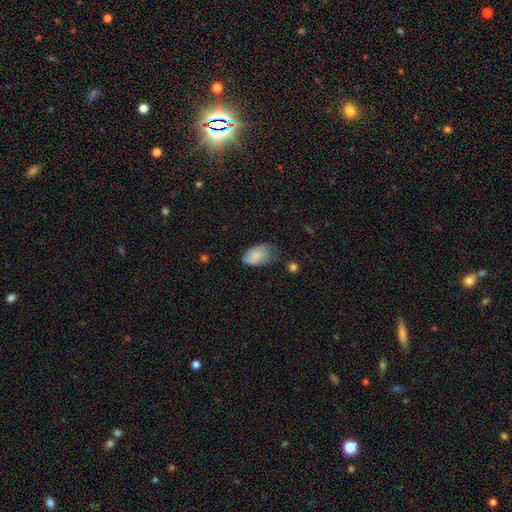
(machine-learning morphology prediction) smooth-or-featured: smooth: 73% | featured or disk: 20% | star or artifact: 7%
  how-rounded: in between: 91% | round: 8% | cigar-shaped: 1%
  merging: none: 42% | minor disturbance: 40% | major disturbance: 16% | merger: 3%